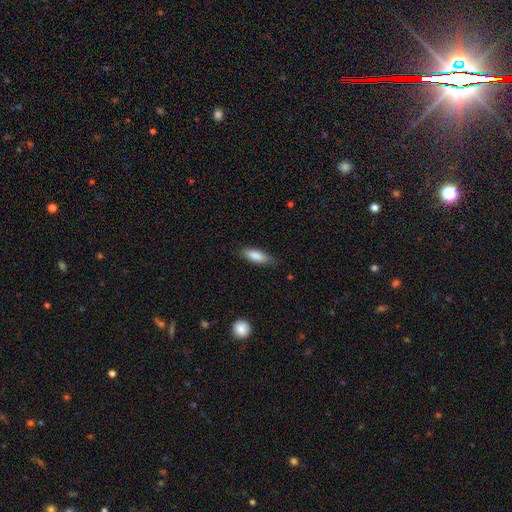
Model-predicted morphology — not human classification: smooth_or_featured: smooth (p=0.81) [alt: featured or disk p=0.13]
how_rounded: in between (p=0.56) [alt: cigar-shaped p=0.42]
merging: none (p=0.80) [alt: minor disturbance p=0.16]